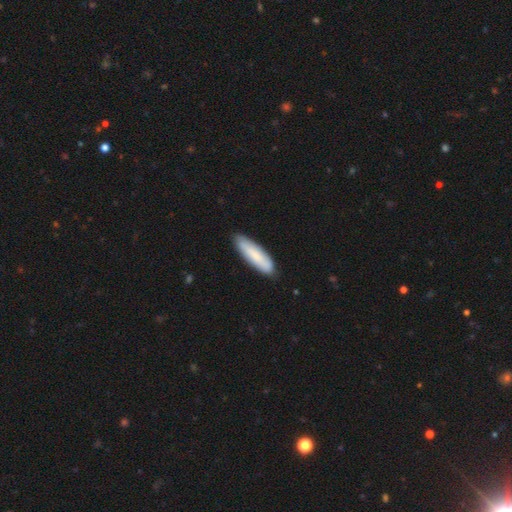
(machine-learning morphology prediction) A smooth galaxy with no disk features (75%) that is cigar-shaped (64%). Merging: none (84%).